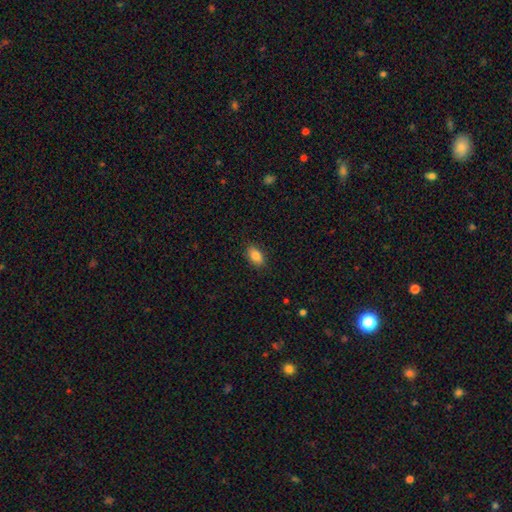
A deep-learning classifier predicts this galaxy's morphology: Q: Smooth or featured?
A: smooth (85%); runner-up: star or artifact (8%)
Q: How rounded?
A: in between (90%); runner-up: round (7%)
Q: Merging?
A: none (87%); runner-up: minor disturbance (10%)